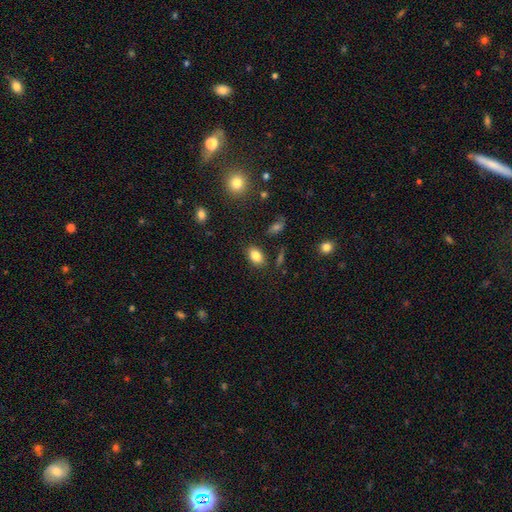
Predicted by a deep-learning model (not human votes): Overall: smooth (83%). How rounded: in between (86%). Merging: none (83%).